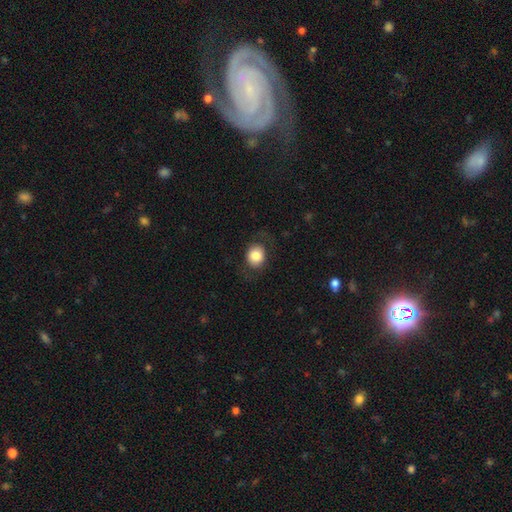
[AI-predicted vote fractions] Smooth or featured: smooth — 81% (featured or disk — 11%)
How rounded: round — 72% (in between — 27%)
Merging: none — 78% (minor disturbance — 13%)